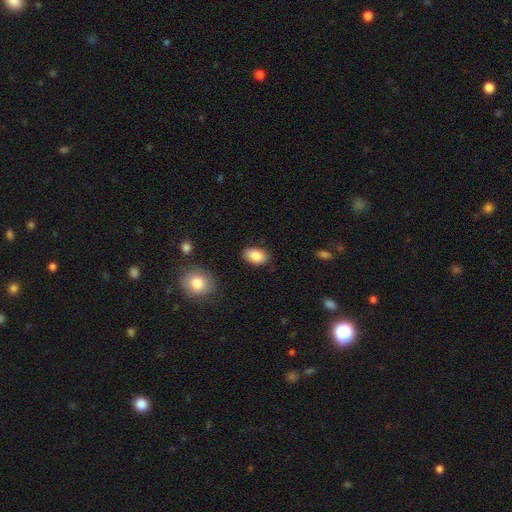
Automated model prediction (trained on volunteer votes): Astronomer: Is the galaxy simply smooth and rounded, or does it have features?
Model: smooth — 86%.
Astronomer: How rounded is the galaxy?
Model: in between — 91%.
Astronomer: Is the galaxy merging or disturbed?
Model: none — 87%.